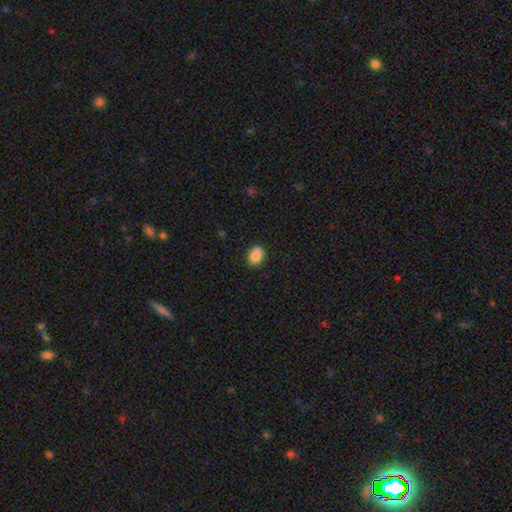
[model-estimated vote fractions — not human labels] Smooth or featured? smooth (85%)
How rounded? in between (68%)
Merging? none (75%)